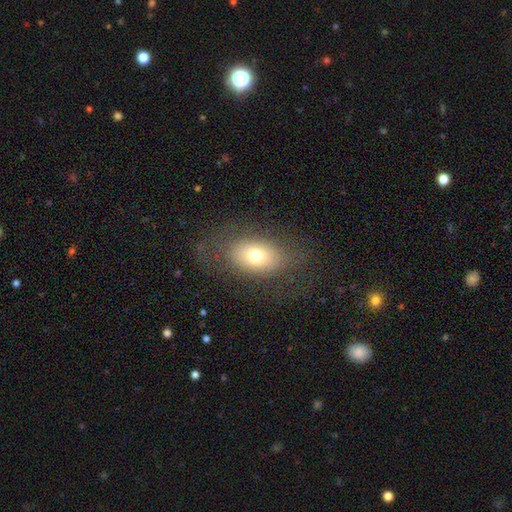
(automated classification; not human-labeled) A smooth galaxy with no disk features (69%) that is in between round and cigar-shaped (83%). Merging: none (72%).